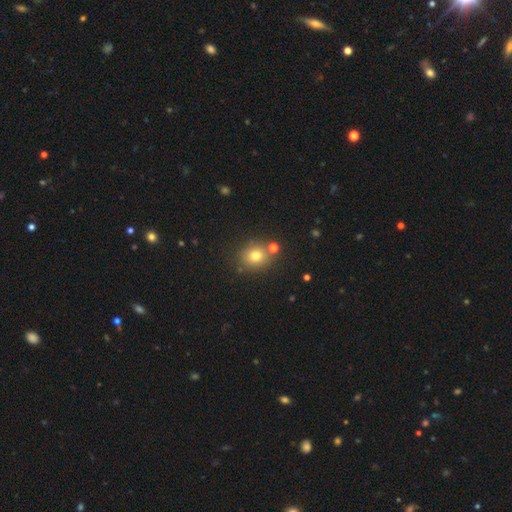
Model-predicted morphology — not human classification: Smooth or featured: smooth — 76% (star or artifact — 15%)
How rounded: round — 74% (in between — 26%)
Merging: none — 77% (merger — 10%)